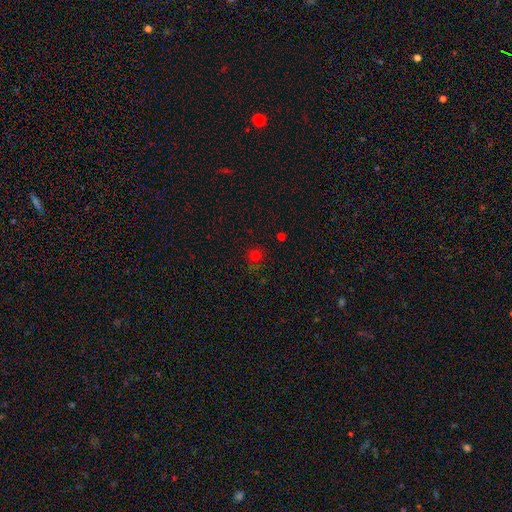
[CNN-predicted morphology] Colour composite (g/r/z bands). It shows a smooth galaxy with no disk features (66%) that is round (85%). Merging: none (72%).